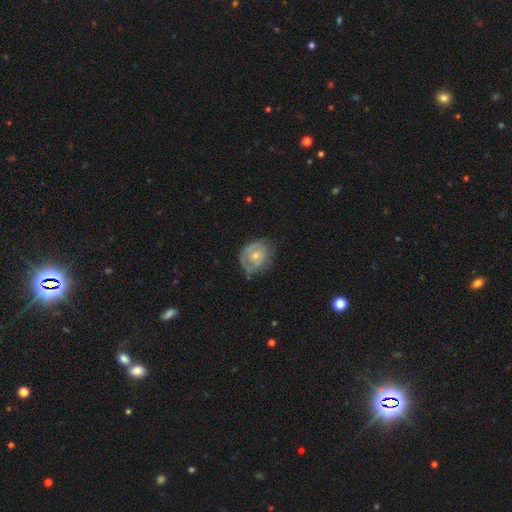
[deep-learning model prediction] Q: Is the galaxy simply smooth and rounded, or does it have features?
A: featured or disk — 54%.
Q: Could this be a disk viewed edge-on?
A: no — 97%.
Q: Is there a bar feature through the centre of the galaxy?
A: no — 79%.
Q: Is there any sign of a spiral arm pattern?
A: yes — 57%.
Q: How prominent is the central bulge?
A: small — 55%.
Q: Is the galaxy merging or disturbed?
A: none — 54%.